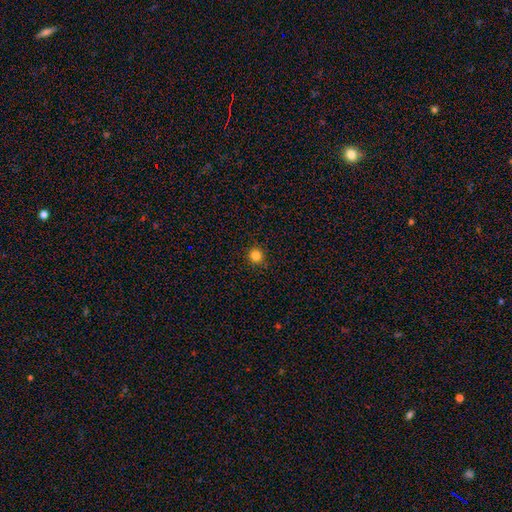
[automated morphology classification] Smooth or featured: smooth — 82% (star or artifact — 13%)
How rounded: round — 95% (in between — 4%)
Merging: none — 92% (minor disturbance — 5%)